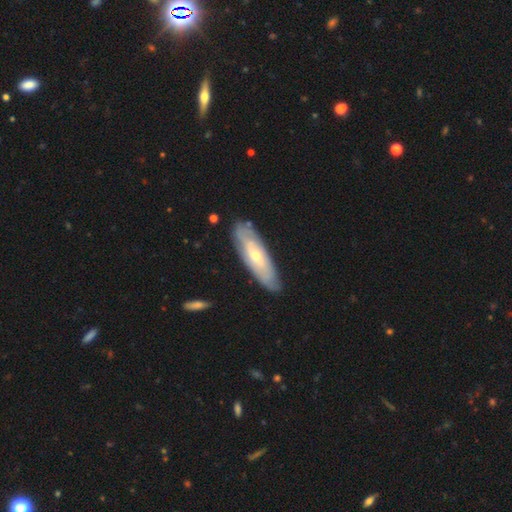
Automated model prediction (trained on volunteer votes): A featured or disk galaxy (57%).

Vote fractions:
- Smooth or featured? featured or disk: 57% / smooth: 37% / star or artifact: 5%
- Edge-on disk? no: 71% / yes: 29%
- Merging? none: 83% / minor disturbance: 13% / major disturbance: 2% / merger: 2%